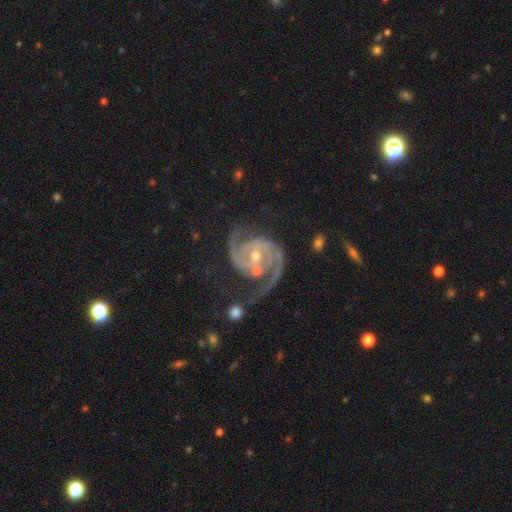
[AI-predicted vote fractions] The model was most divided on "bulge size": moderate: 49%, small: 47%, large: 2%, none: 1%, dominant: 1%. More confident: spiral arms — yes (98%); edge-on disk — no (98%); smooth or featured — featured or disk (93%); spiral arm count — 2 (89%); merging — none (61%); spiral winding — medium (52%); bar — no (51%).